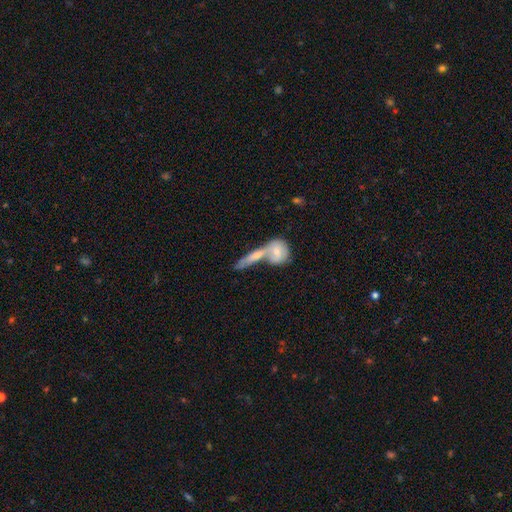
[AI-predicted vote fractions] Morphology: type=smooth (61%); roundness=cigar-shaped (60%); merging=merger (57%).